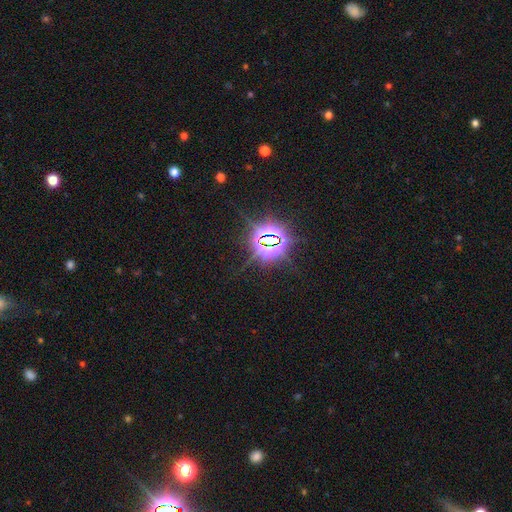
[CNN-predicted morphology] Overall: star or artifact (84%).